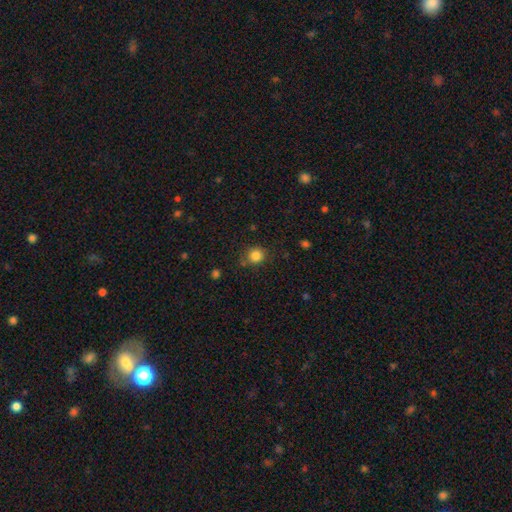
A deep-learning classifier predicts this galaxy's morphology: smooth-or-featured: smooth: 84% | star or artifact: 12% | featured or disk: 4%
  how-rounded: round: 88% | in between: 11% | cigar-shaped: 1%
  merging: none: 79% | minor disturbance: 13% | major disturbance: 4% | merger: 4%